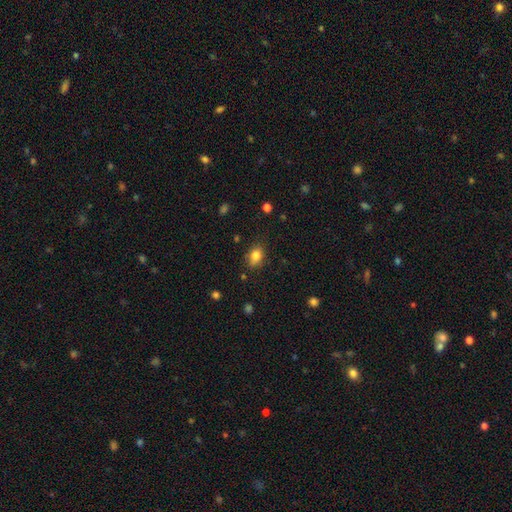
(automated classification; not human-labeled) Overall: smooth (82%). How rounded: in between (67%; round 31%). Merging: none (77%).